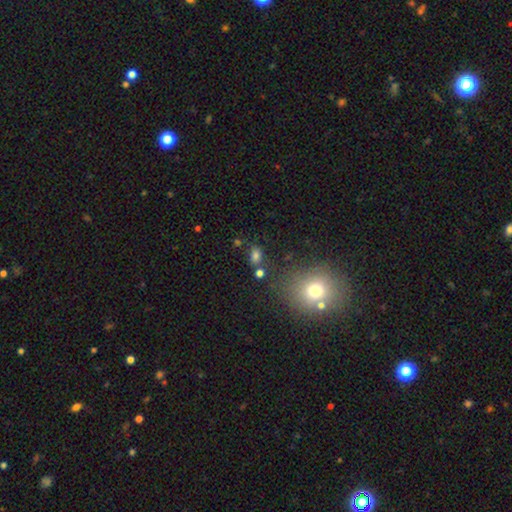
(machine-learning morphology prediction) Smooth or featured? smooth (76%)
How rounded? in between (76%)
Merging? none (68%)